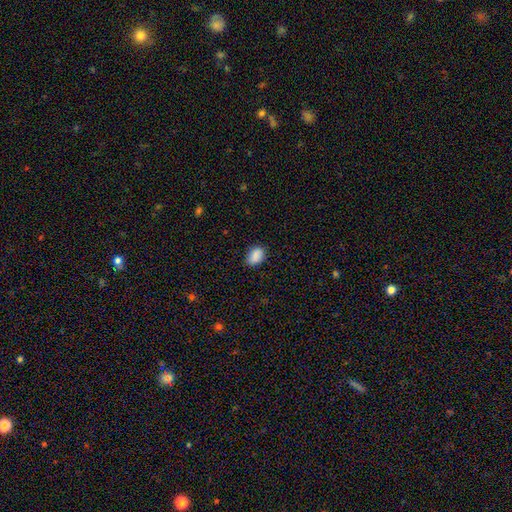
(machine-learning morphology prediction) Smooth or featured: smooth — 87% (star or artifact — 8%)
How rounded: in between — 81% (round — 17%)
Merging: none — 80% (minor disturbance — 16%)